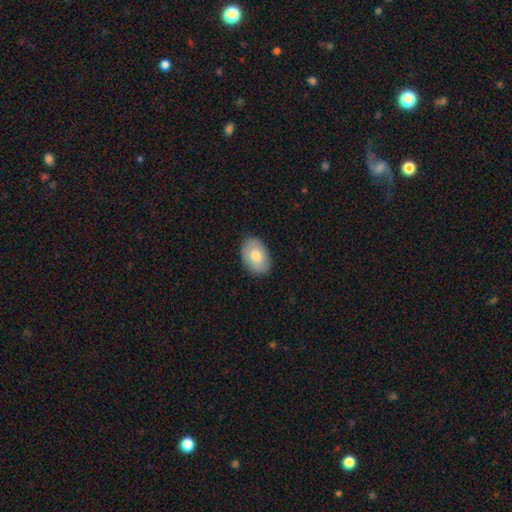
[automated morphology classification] Smooth or featured? Predicted: smooth (p=0.75). How rounded? Predicted: in between (p=0.86). Merging? Predicted: none (p=0.85).